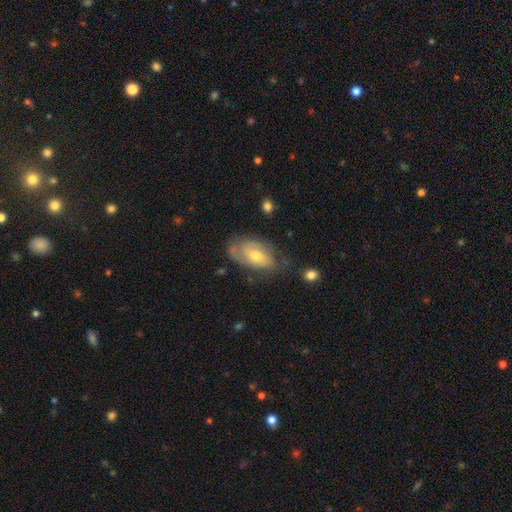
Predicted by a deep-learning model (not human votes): A featured or disk galaxy (53%).

Vote fractions:
- Smooth or featured? featured or disk: 53% / smooth: 40% / star or artifact: 7%
- Edge-on disk? no: 91% / yes: 9%
- Merging? none: 57% / minor disturbance: 29% / major disturbance: 11% / merger: 3%